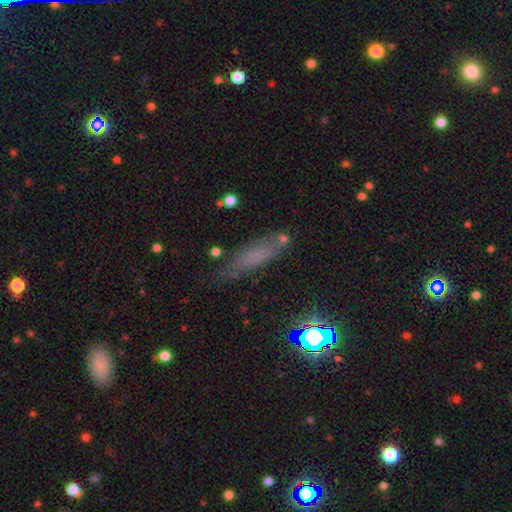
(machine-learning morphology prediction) This is possibly a smooth galaxy (52%). How rounded: likely cigar-shaped (63%). Merging: likely none (62%).